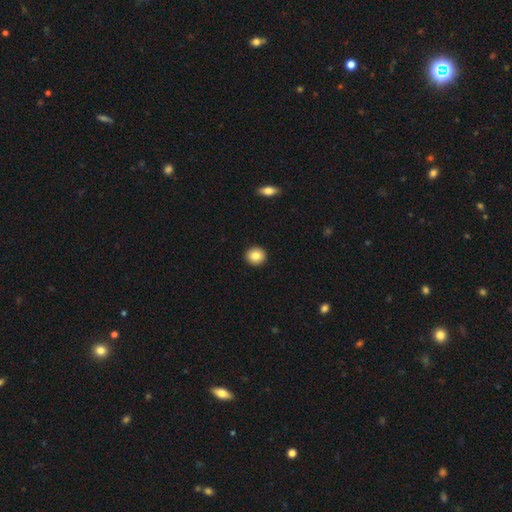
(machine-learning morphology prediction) smooth 85%, star or artifact 8%, featured or disk 6%. Down the decision tree: how rounded — round (89%); merging — none (93%).